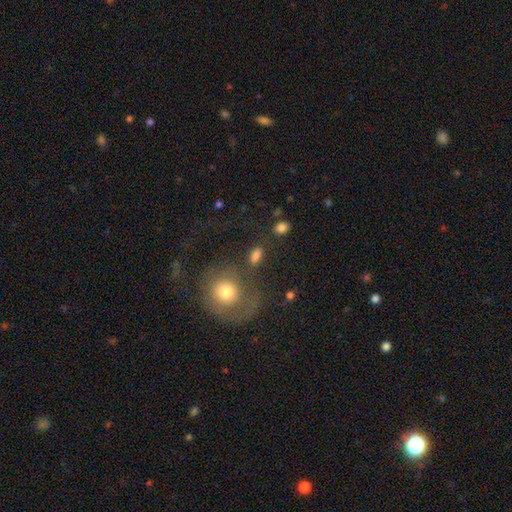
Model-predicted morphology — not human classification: Smooth or featured: smooth — 81% (star or artifact — 11%)
How rounded: in between — 80% (round — 14%)
Merging: none — 76% (minor disturbance — 12%)